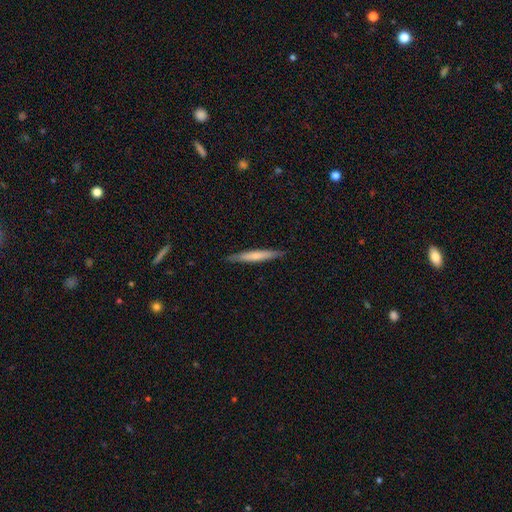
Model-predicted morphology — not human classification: Smooth or featured: smooth — 62% (featured or disk — 33%)
How rounded: cigar-shaped — 96% (in between — 3%)
Merging: none — 90% (minor disturbance — 8%)